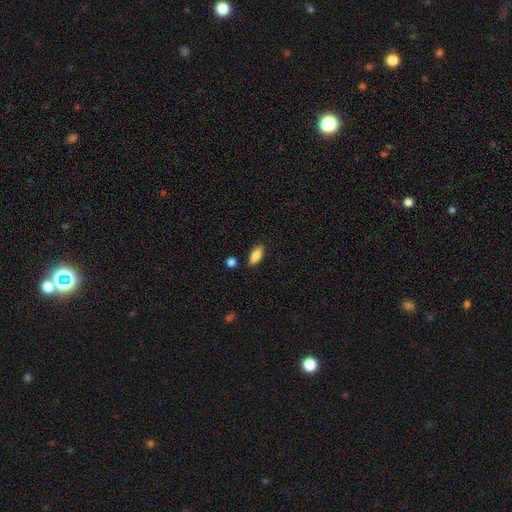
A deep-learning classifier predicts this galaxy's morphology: Smooth or featured? smooth (86%)
How rounded? in between (85%)
Merging? none (85%)